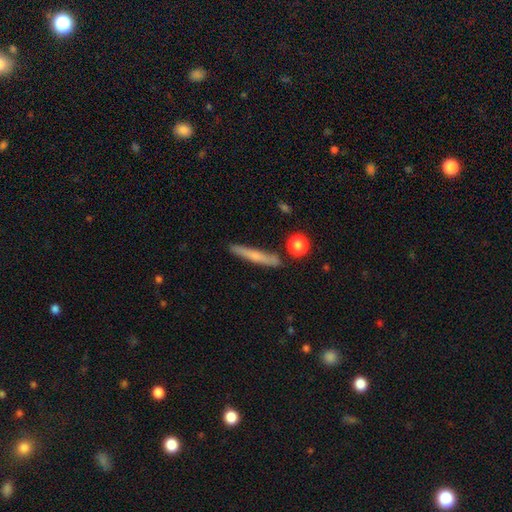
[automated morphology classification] Q: Smooth or featured?
A: smooth (56%); runner-up: featured or disk (37%)
Q: How rounded?
A: cigar-shaped (94%); runner-up: in between (4%)
Q: Merging?
A: none (84%); runner-up: minor disturbance (10%)